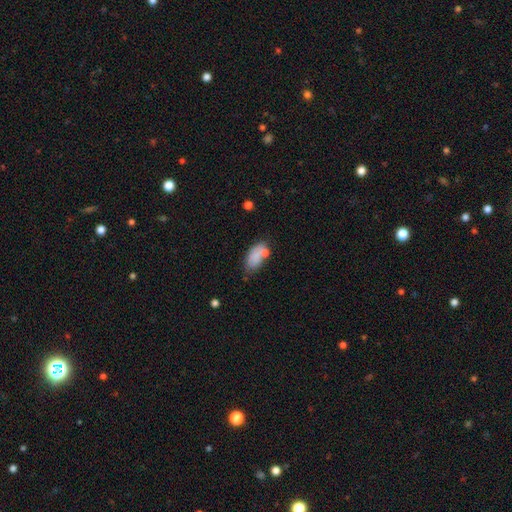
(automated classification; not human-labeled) A smooth galaxy with no disk features (77%) that is in between round and cigar-shaped (91%). Merging: none (55%).